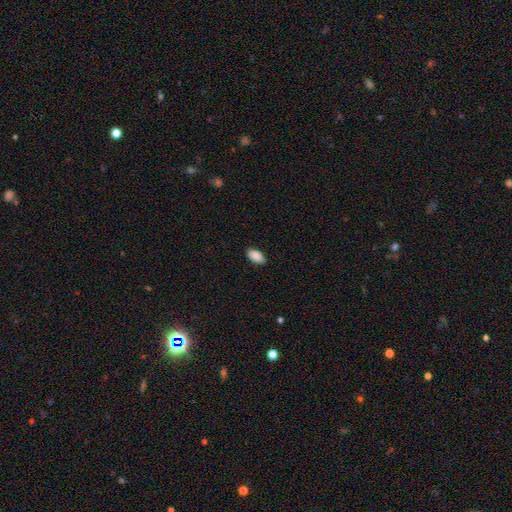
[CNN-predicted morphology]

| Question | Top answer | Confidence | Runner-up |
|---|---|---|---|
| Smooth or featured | smooth | 90% | star or artifact (6%) |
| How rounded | in between | 95% | cigar-shaped (3%) |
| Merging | none | 88% | minor disturbance (9%) |